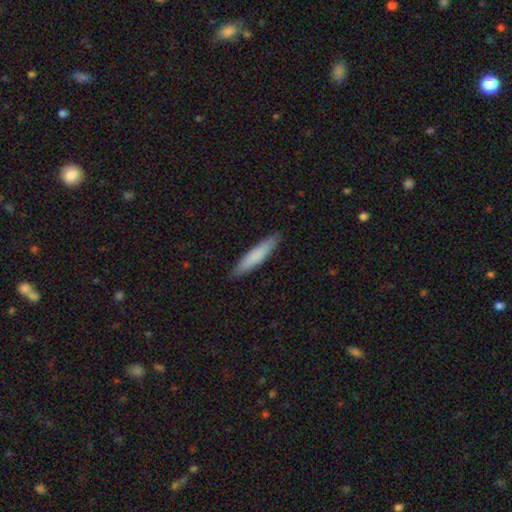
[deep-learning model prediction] The model was most divided on "smooth or featured": smooth: 78%, featured or disk: 16%, star or artifact: 5%. More confident: merging — none (90%); how rounded — cigar-shaped (89%).